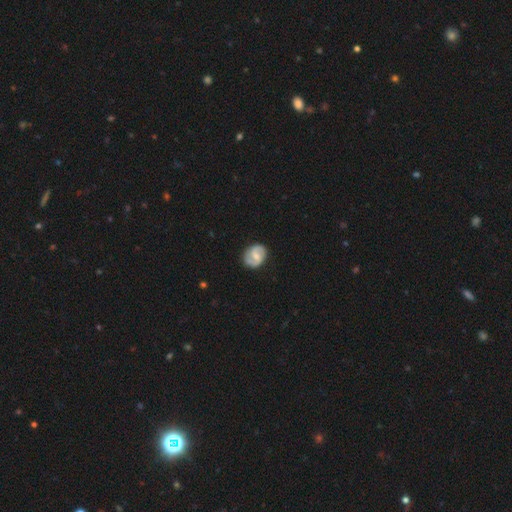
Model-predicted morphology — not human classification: Smooth or featured? featured or disk (73%)
Edge-on disk? no (98%)
Bar? weak (55%)
Spiral arms? yes (92%)
Spiral winding? medium (49%)
Spiral arm count? 2 (90%)
Bulge size? moderate (46%)
Merging? none (83%)